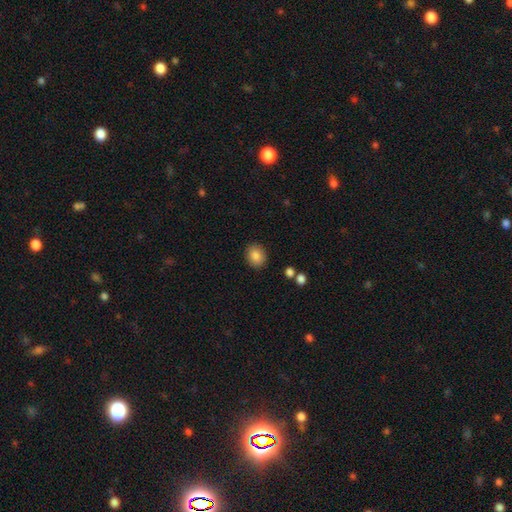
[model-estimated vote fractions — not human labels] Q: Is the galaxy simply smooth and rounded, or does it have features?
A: smooth — 85%.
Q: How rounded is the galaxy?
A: round — 66%.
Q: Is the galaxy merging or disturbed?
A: none — 88%.